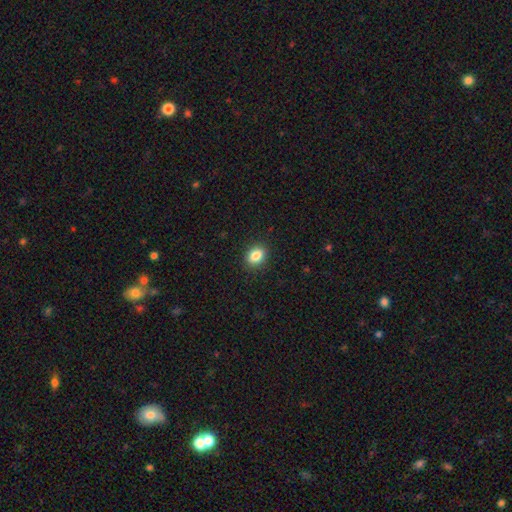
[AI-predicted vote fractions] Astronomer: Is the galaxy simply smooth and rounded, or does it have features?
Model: smooth — 86%.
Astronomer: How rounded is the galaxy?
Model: in between — 65%.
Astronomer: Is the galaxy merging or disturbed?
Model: none — 90%.